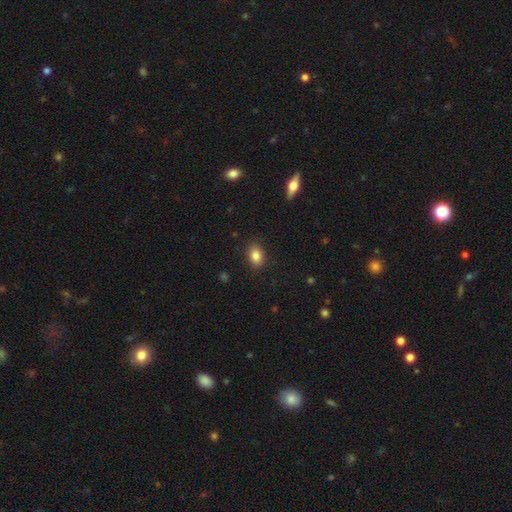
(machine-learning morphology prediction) Smooth or featured? smooth (86%)
How rounded? in between (79%)
Merging? none (87%)